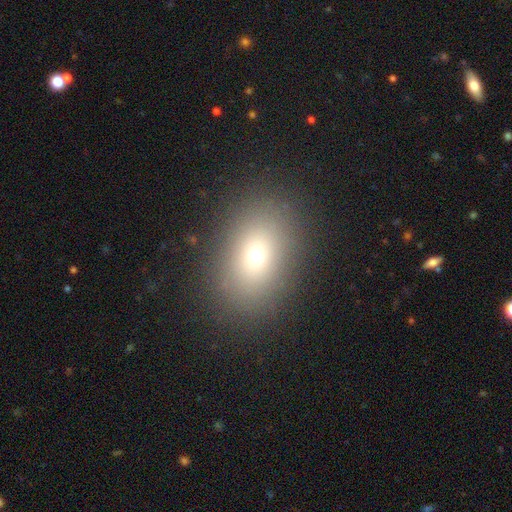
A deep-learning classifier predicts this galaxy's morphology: Smooth or featured: smooth — 68% (star or artifact — 17%)
How rounded: in between — 70% (round — 29%)
Merging: none — 87% (minor disturbance — 8%)